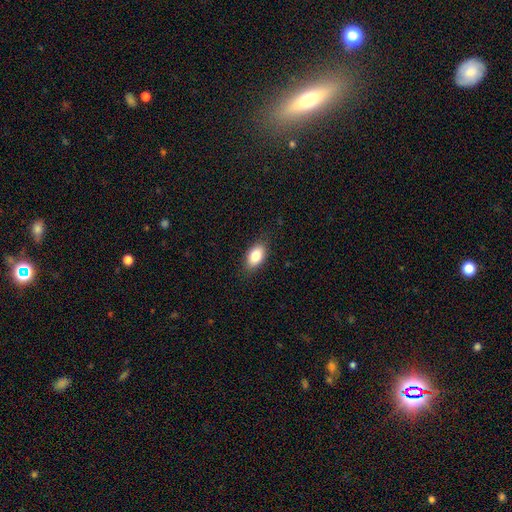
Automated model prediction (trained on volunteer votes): A smooth galaxy with no disk features (83%) that is in between round and cigar-shaped (90%).

Vote fractions:
- Smooth or featured? smooth: 83% / featured or disk: 9% / star or artifact: 7%
- How rounded? in between: 90% / round: 7% / cigar-shaped: 3%
- Merging? none: 86% / minor disturbance: 11% / major disturbance: 3% / merger: 1%